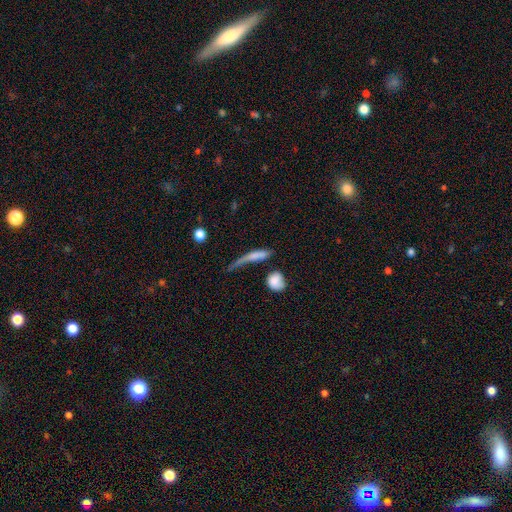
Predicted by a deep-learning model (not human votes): Overall: smooth (63%; featured or disk 28%). How rounded: cigar-shaped (63%; in between 28%). Merging: major disturbance (34%; none 28%).